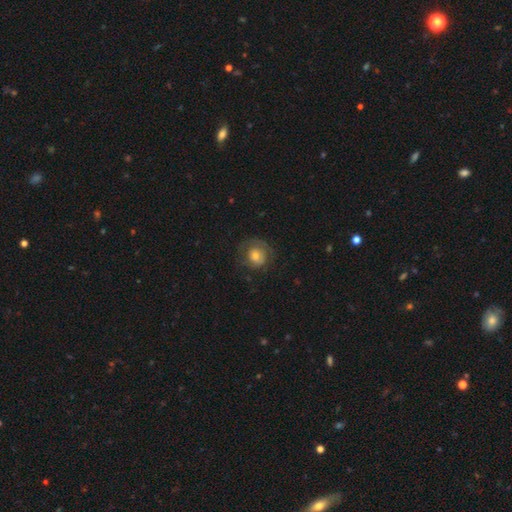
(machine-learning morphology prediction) type=smooth (57%); roundness=round (83%); merging=none (65%).